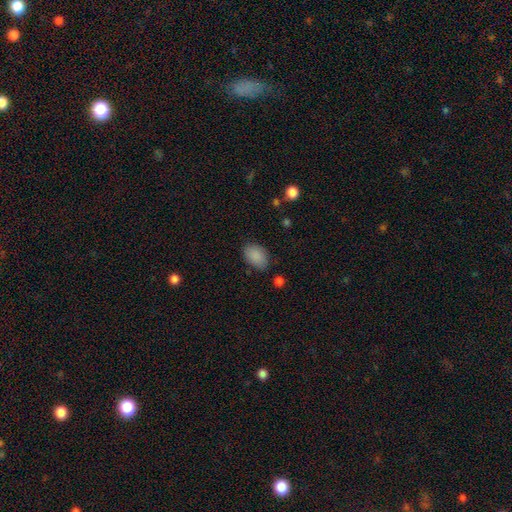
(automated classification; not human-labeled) Smooth or featured? smooth (88%)
How rounded? in between (86%)
Merging? none (80%)